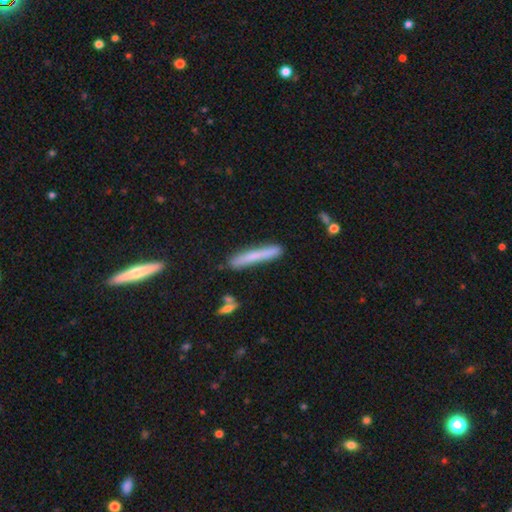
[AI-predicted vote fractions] smooth-or-featured: smooth: 68% | featured or disk: 25% | star or artifact: 7%
  how-rounded: cigar-shaped: 95% | in between: 3% | round: 1%
  merging: none: 83% | minor disturbance: 12% | merger: 3% | major disturbance: 2%